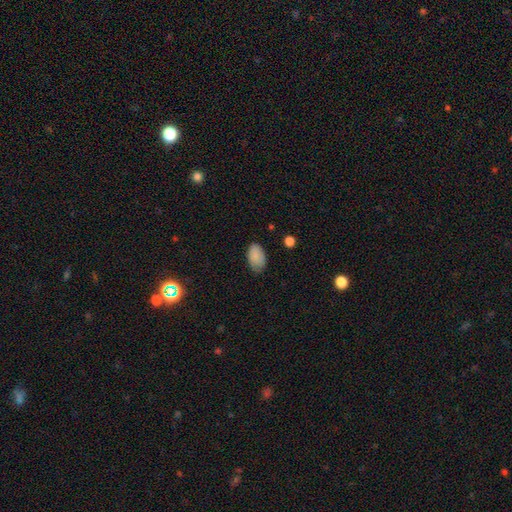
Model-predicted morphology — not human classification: Overall: smooth (87%). How rounded: in between (92%). Merging: none (70%).